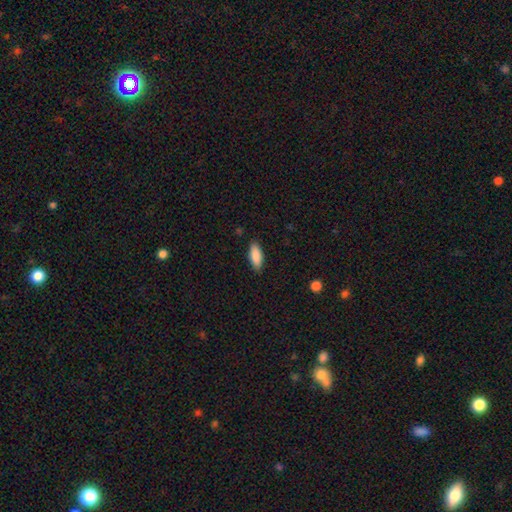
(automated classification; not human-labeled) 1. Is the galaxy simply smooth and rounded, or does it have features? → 88% smooth, 6% featured or disk, 6% star or artifact.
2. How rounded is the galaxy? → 75% in between, 23% cigar-shaped, 2% round.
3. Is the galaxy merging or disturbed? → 87% none, 9% minor disturbance, 2% major disturbance, 1% merger.